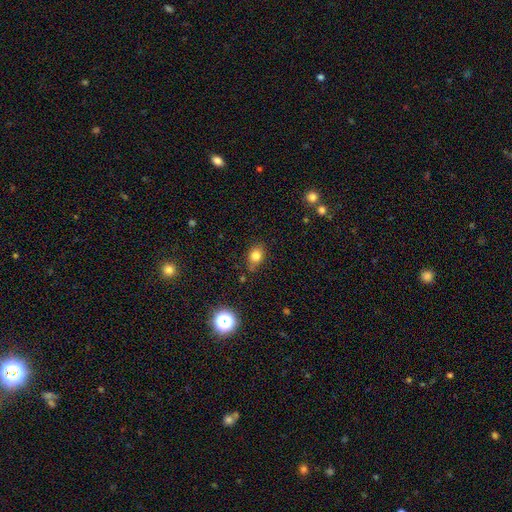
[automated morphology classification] Smooth or featured?
  - smooth: 79% *
  - star or artifact: 13%
  - featured or disk: 9%
How rounded?
  - in between: 57% *
  - round: 41%
  - cigar-shaped: 2%
Merging?
  - none: 72% *
  - minor disturbance: 21%
  - major disturbance: 4%
  - merger: 3%